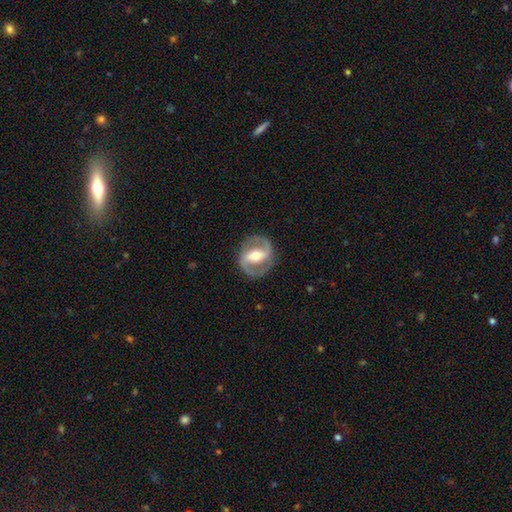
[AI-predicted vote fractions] This is clearly a featured or disk galaxy (88%). It is clearly not viewed edge-on (97%). Bar: possibly strong (51%). Spiral arm pattern: clearly yes (93%). Spiral arm count: clearly 2 (93%). Spiral winding: possibly medium (56%). Central bulge: likely moderate (70%). Merging: clearly none (87%).